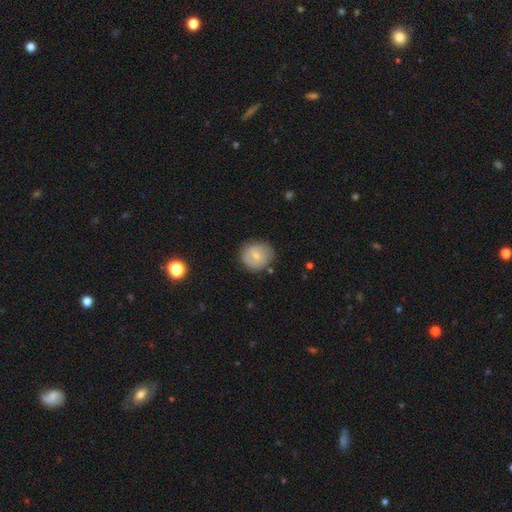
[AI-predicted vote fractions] A smooth galaxy with no disk features (59%) that is round (84%). Merging: none (79%).